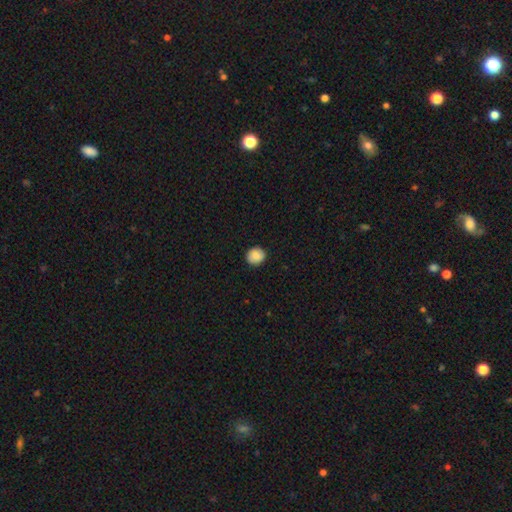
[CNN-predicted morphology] smooth-or-featured: smooth: 85% | star or artifact: 8% | featured or disk: 7%
  how-rounded: round: 88% | in between: 11% | cigar-shaped: 1%
  merging: none: 90% | minor disturbance: 7% | major disturbance: 2% | merger: 1%